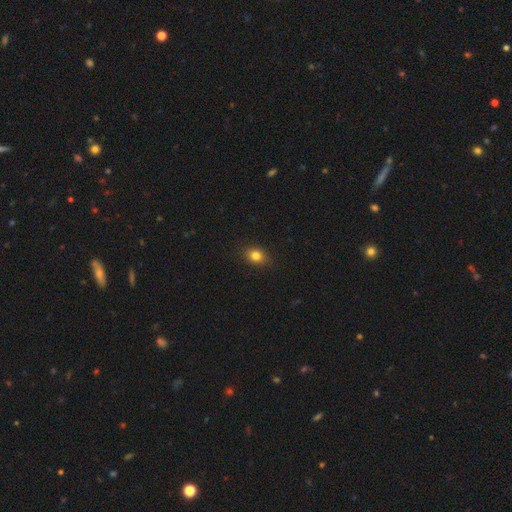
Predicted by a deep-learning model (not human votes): smooth-or-featured: smooth: 82% | star or artifact: 11% | featured or disk: 7%
  how-rounded: in between: 52% | round: 46% | cigar-shaped: 1%
  merging: none: 87% | minor disturbance: 10% | major disturbance: 2% | merger: 1%